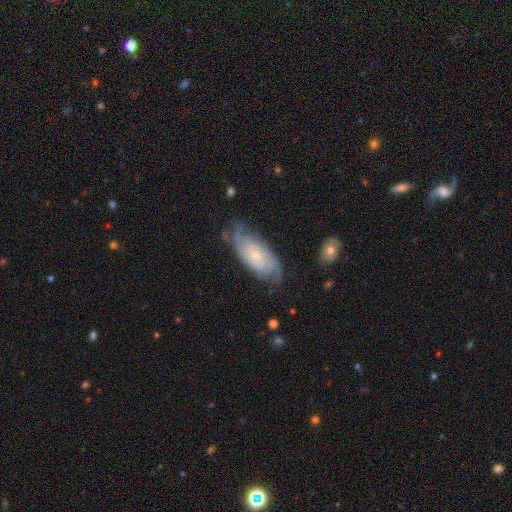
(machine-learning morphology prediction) type=featured or disk (83%); edge-on=no (94%); bar=no (68%); spiral arms=yes (96%); winding=tight (66%); arm count=2 (41%); bulge=small (75%); merging=none (70%).